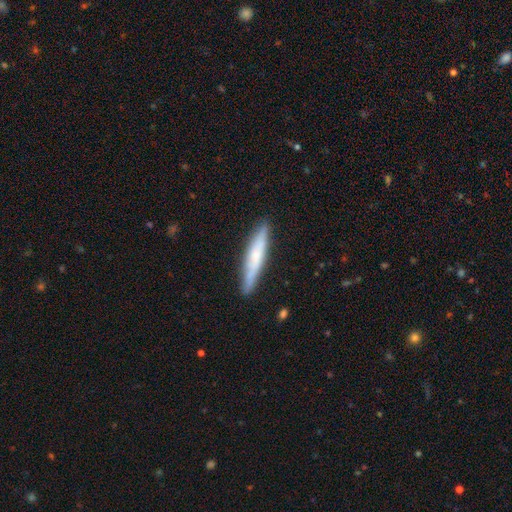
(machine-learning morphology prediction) Smooth or featured? smooth (57%)
How rounded? cigar-shaped (92%)
Merging? none (88%)